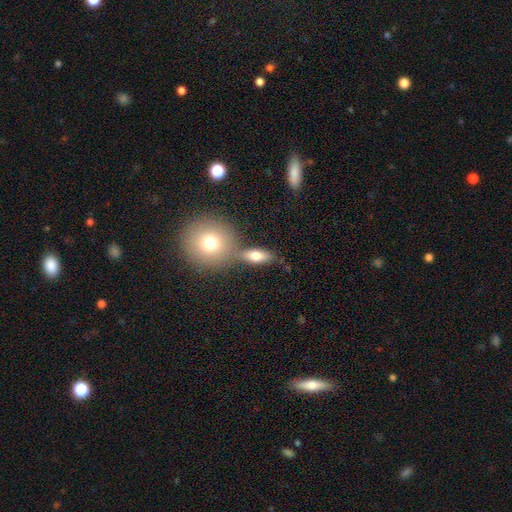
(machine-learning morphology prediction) This appears to be a smooth galaxy with no disk features (72%) that is in between round and cigar-shaped (68%). Merging: none (60%).